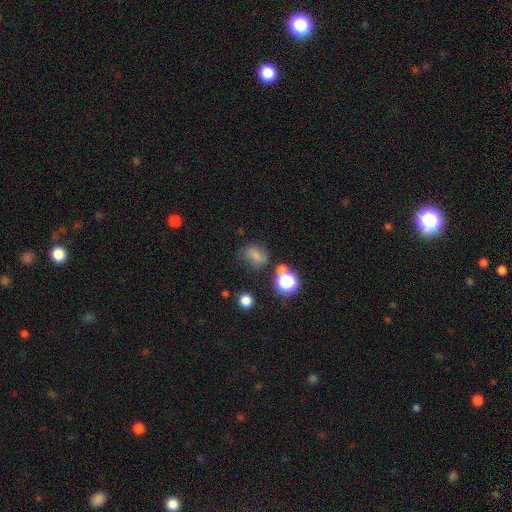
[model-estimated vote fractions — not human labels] A smooth galaxy with no disk features (65%) that is in between round and cigar-shaped (53%). Merging: none (63%).